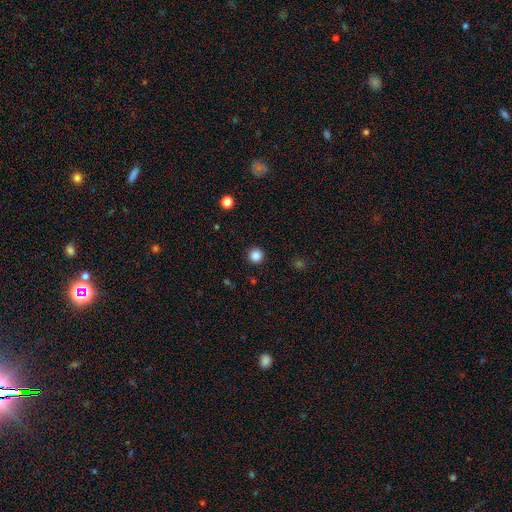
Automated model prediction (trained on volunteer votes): Smooth or featured? smooth (85%)
How rounded? round (96%)
Merging? none (93%)